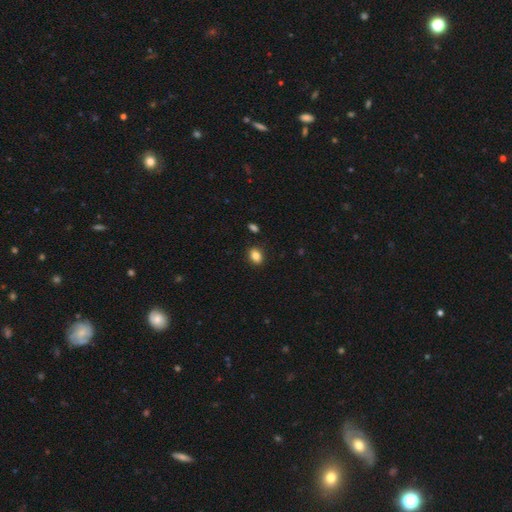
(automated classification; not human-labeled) The model was most divided on "how rounded": in between: 68%, round: 30%, cigar-shaped: 1%. More confident: merging — none (88%); smooth or featured — smooth (84%).